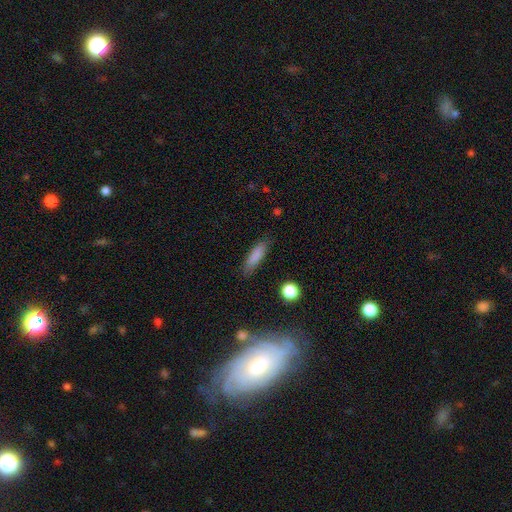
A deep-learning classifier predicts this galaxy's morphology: Q: Smooth or featured?
A: smooth (83%); runner-up: featured or disk (9%)
Q: How rounded?
A: cigar-shaped (61%); runner-up: in between (37%)
Q: Merging?
A: none (81%); runner-up: minor disturbance (14%)